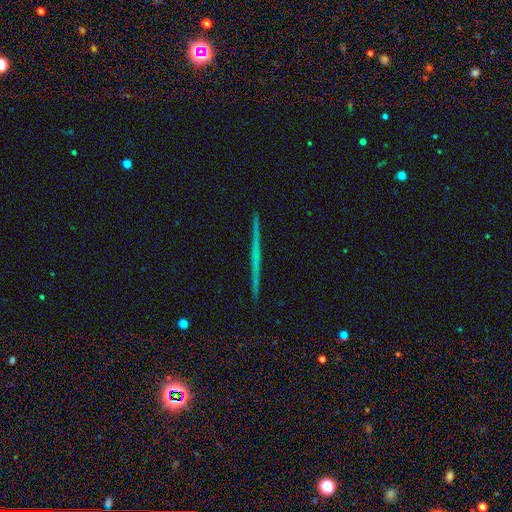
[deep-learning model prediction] Smooth or featured? Predicted: featured or disk (p=0.58). Edge-on disk? Predicted: yes (p=0.97). Edge-on bulge? Predicted: none (p=0.87). Merging? Predicted: none (p=0.92).